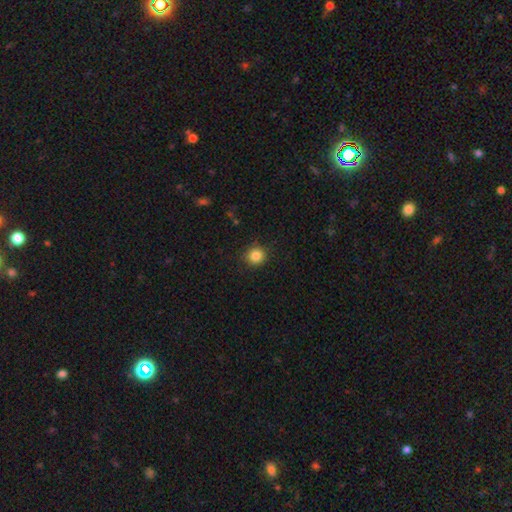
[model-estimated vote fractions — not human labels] A smooth galaxy with no disk features (85%) that is round (91%). Merging: none (89%).